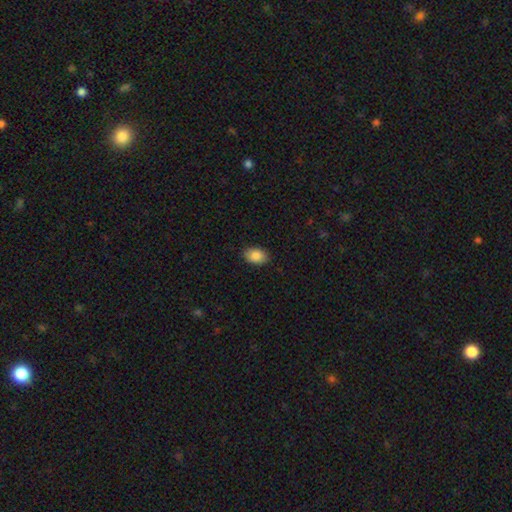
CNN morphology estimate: The model was most divided on "how rounded": in between: 84%, round: 15%, cigar-shaped: 1%. More confident: merging — none (88%); smooth or featured — smooth (88%).